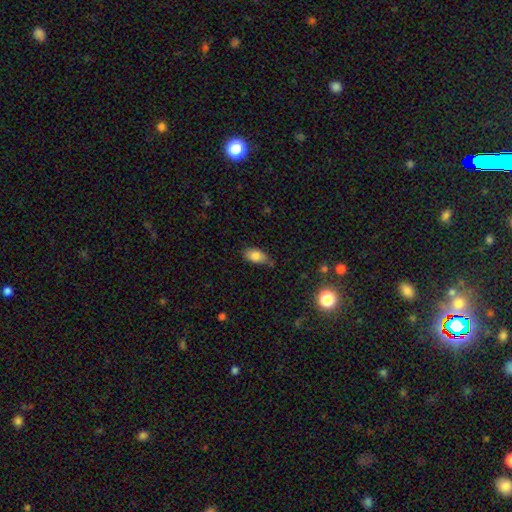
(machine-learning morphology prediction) This appears to be a smooth galaxy with no disk features (82%) that is in between round and cigar-shaped (91%). Merging: none (67%).